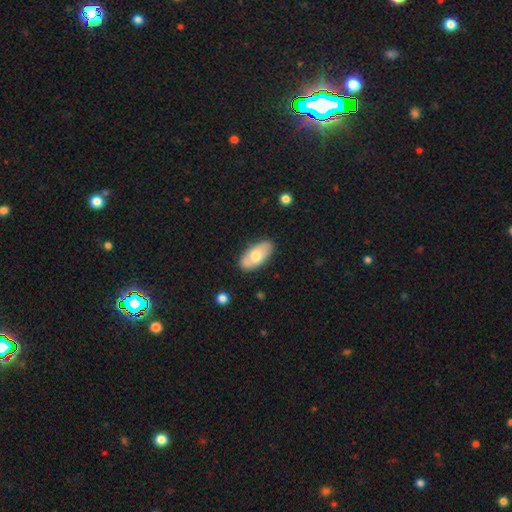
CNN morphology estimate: type=smooth (59%); roundness=in between (93%); merging=none (81%).